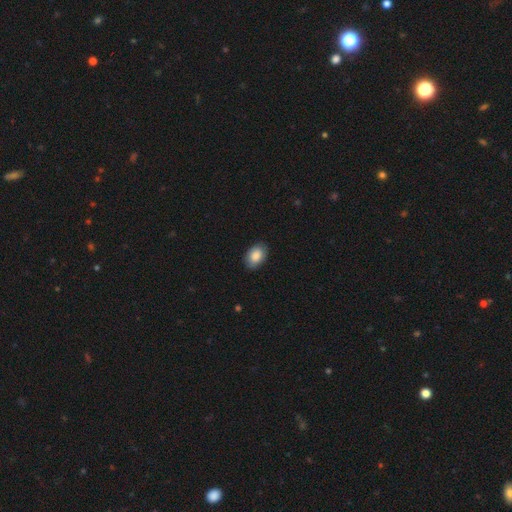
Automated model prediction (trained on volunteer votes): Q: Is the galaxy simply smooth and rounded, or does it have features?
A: smooth — 87%.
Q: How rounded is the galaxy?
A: in between — 88%.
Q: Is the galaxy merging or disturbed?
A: none — 86%.